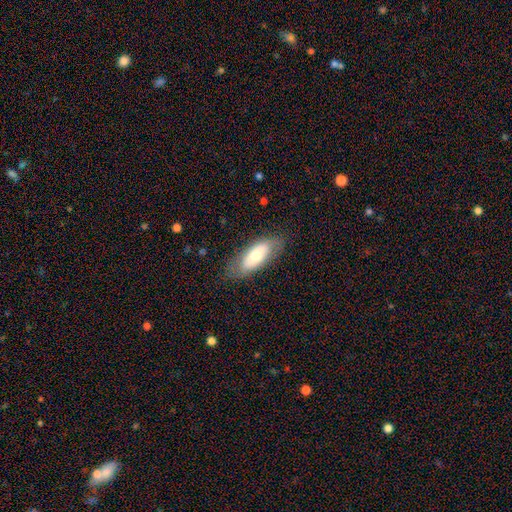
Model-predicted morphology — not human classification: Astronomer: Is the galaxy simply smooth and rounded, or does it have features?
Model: smooth — 62%.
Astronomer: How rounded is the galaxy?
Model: in between — 80%.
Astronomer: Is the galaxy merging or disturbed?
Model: none — 76%.